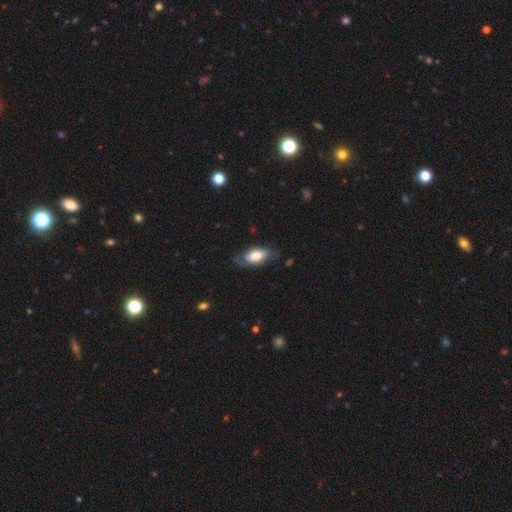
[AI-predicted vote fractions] Morphology: type=smooth (63%); roundness=in between (90%); merging=none (63%).